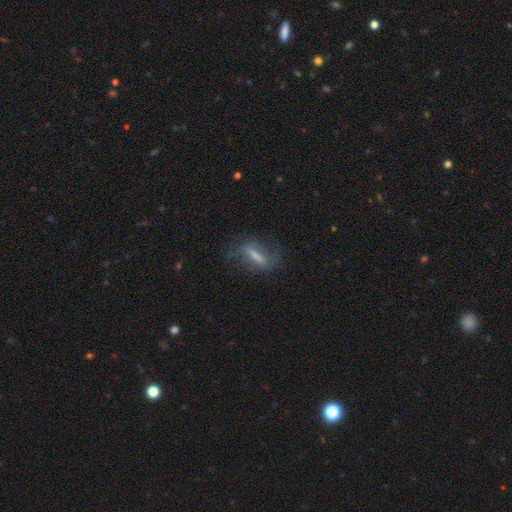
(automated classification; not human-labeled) smooth-or-featured: featured or disk: 49% | smooth: 39% | star or artifact: 12%
  merging: none: 65% | minor disturbance: 20% | major disturbance: 13% | merger: 2%